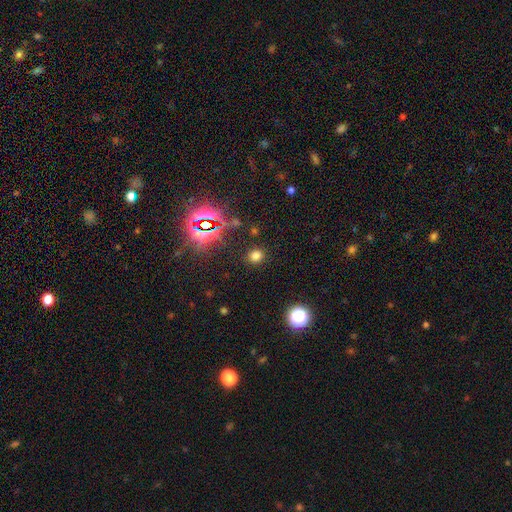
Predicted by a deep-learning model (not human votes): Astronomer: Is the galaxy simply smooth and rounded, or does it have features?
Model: smooth — 70%.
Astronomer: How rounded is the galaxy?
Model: round — 77%.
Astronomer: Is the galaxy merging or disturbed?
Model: none — 88%.